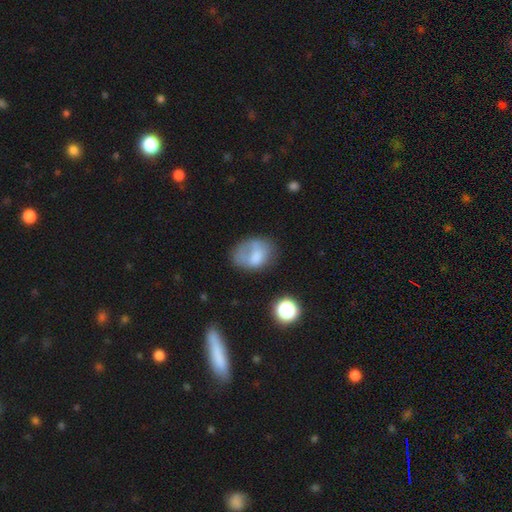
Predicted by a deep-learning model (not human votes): Smooth or featured?
  - smooth: 64% *
  - featured or disk: 25%
  - star or artifact: 11%
How rounded?
  - in between: 66% *
  - round: 33%
  - cigar-shaped: 1%
Merging?
  - none: 38% *
  - major disturbance: 28%
  - minor disturbance: 27%
  - merger: 7%